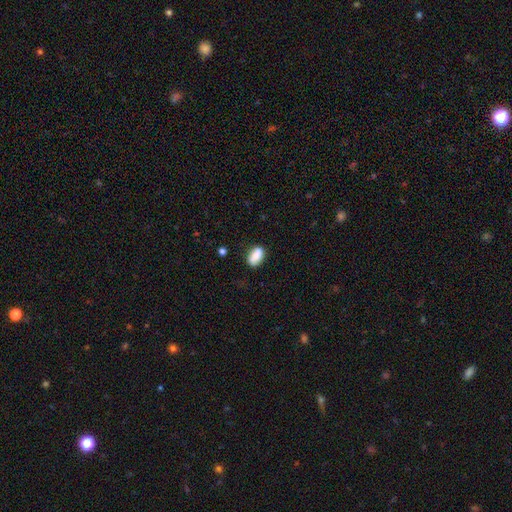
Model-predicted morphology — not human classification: A smooth galaxy with no disk features (84%) that is in between round and cigar-shaped (88%). Merging: none (74%).